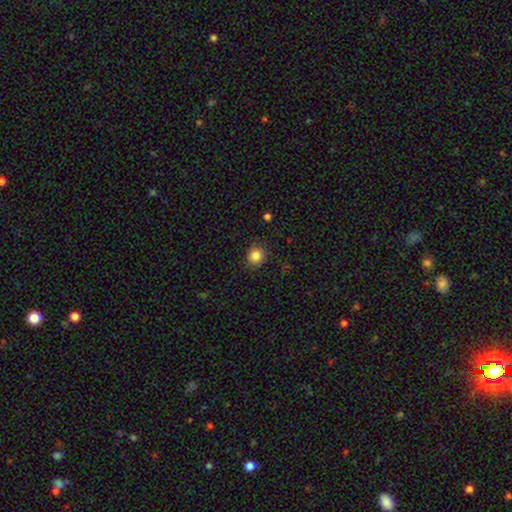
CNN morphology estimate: This is clearly a smooth galaxy (85%). How rounded: likely round (79%). Merging: clearly none (85%).